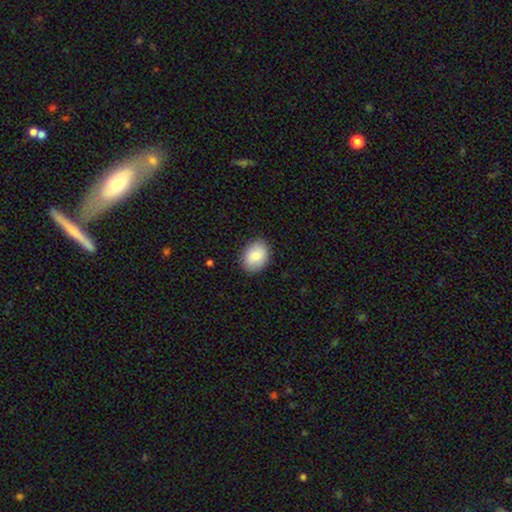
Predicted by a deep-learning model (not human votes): This appears to be a smooth galaxy with no disk features (82%) that is in between round and cigar-shaped (68%). Merging: none (88%).